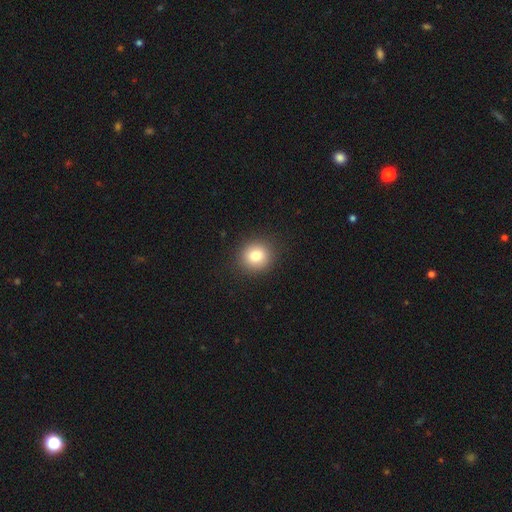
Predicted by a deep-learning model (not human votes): This is clearly a smooth galaxy (82%). How rounded: clearly round (86%). Merging: clearly none (90%).